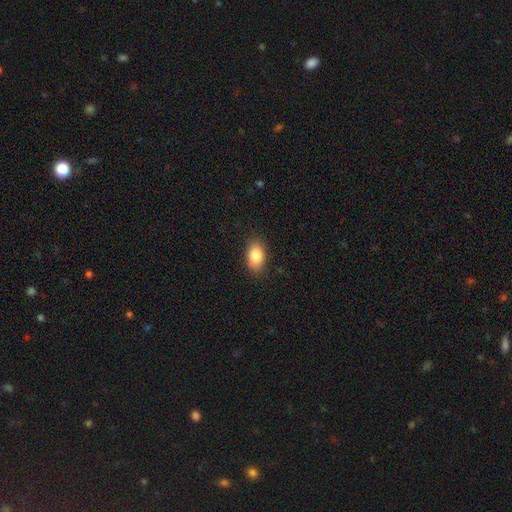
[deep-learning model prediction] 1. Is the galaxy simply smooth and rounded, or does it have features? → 85% smooth, 8% star or artifact, 7% featured or disk.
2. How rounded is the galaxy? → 89% in between, 9% round, 2% cigar-shaped.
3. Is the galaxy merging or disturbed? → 86% none, 11% minor disturbance, 3% major disturbance, 1% merger.